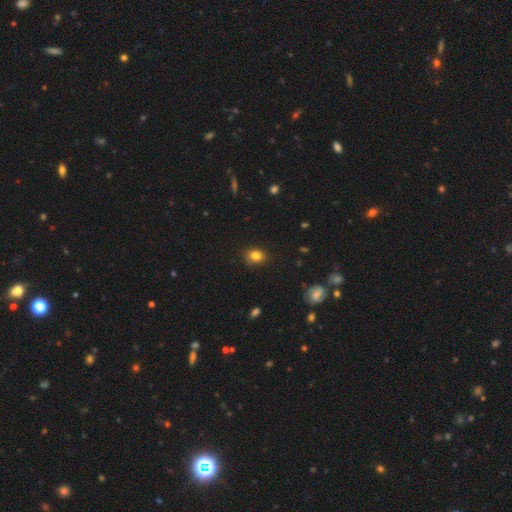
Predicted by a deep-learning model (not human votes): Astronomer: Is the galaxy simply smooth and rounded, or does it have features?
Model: smooth — 83%.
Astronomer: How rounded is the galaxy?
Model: round — 53% (runner-up: in between, 46%).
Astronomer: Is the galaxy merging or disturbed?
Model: none — 83%.